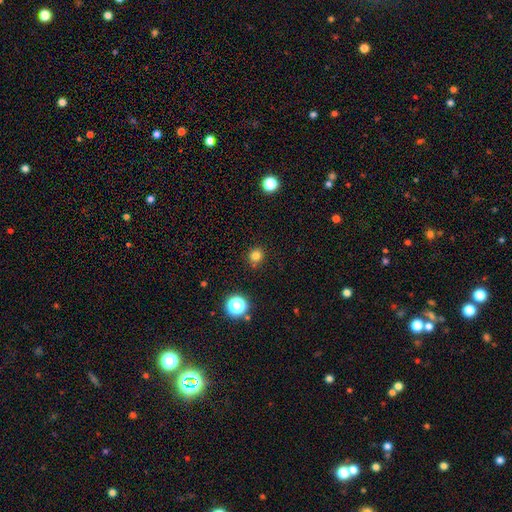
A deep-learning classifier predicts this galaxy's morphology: smooth-or-featured: smooth: 79% | star or artifact: 16% | featured or disk: 5%
  how-rounded: round: 89% | in between: 10% | cigar-shaped: 1%
  merging: none: 85% | minor disturbance: 9% | merger: 3% | major disturbance: 2%